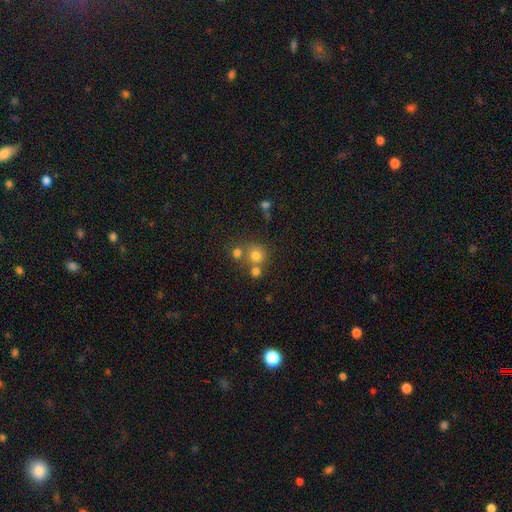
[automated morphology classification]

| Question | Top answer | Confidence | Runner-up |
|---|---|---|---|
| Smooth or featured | smooth | 73% | star or artifact (16%) |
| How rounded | round | 88% | in between (11%) |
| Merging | none | 57% | merger (31%) |